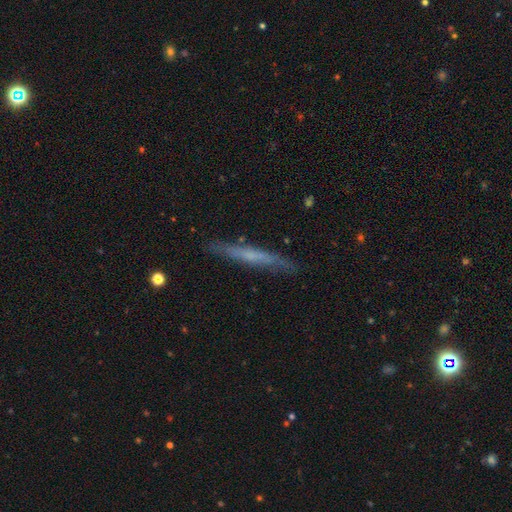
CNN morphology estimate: Smooth or featured? Predicted: featured or disk (p=0.55). Edge-on disk? Predicted: yes (p=0.92). Edge-on bulge? Predicted: none (p=0.63). Merging? Predicted: none (p=0.87).